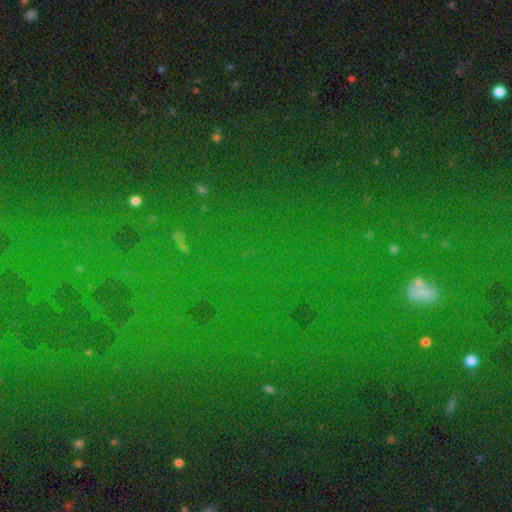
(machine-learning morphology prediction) smooth_or_featured: star or artifact (p=0.77) [alt: smooth p=0.13]